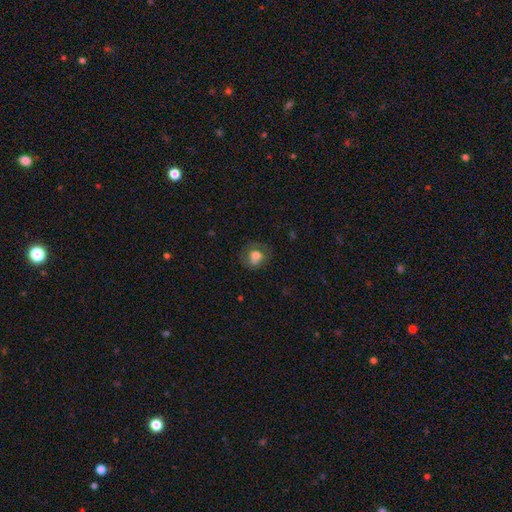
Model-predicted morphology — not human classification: Smooth or featured: smooth — 64% (featured or disk — 25%)
How rounded: round — 61% (in between — 38%)
Merging: none — 56% (minor disturbance — 23%)